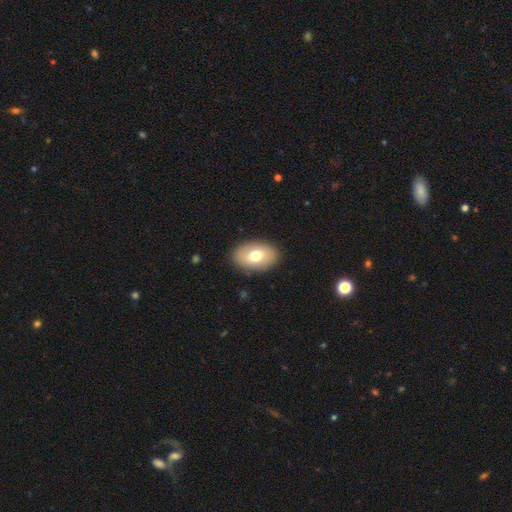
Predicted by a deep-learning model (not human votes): This is likely a smooth galaxy (71%). How rounded: clearly in between (87%). Merging: clearly none (87%).